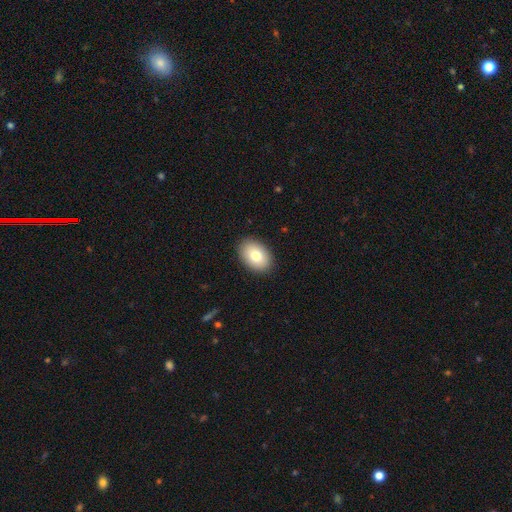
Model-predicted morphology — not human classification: Smooth or featured?
  - smooth: 80% *
  - featured or disk: 13%
  - star or artifact: 8%
How rounded?
  - in between: 84% *
  - round: 15%
  - cigar-shaped: 1%
Merging?
  - none: 90% *
  - minor disturbance: 8%
  - major disturbance: 2%
  - merger: 1%